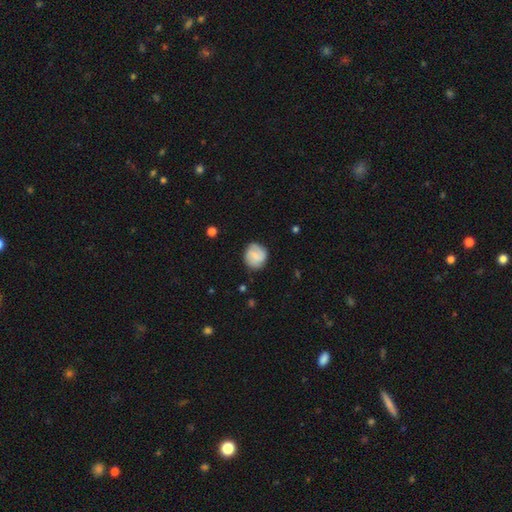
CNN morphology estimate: Smooth or featured? smooth (62%)
How rounded? round (86%)
Merging? none (79%)